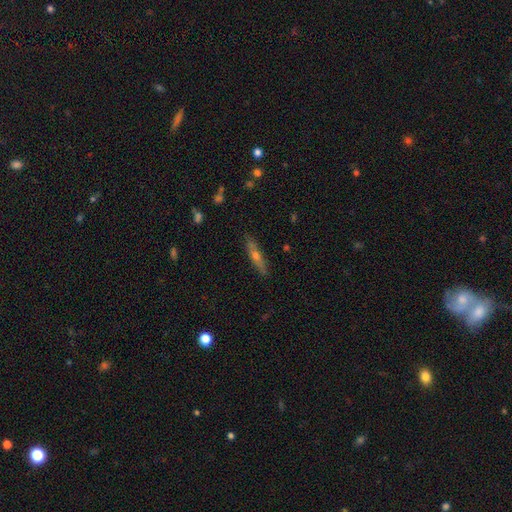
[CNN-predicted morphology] Smooth or featured? featured or disk (53%)
Edge-on disk? yes (87%)
Merging? none (87%)